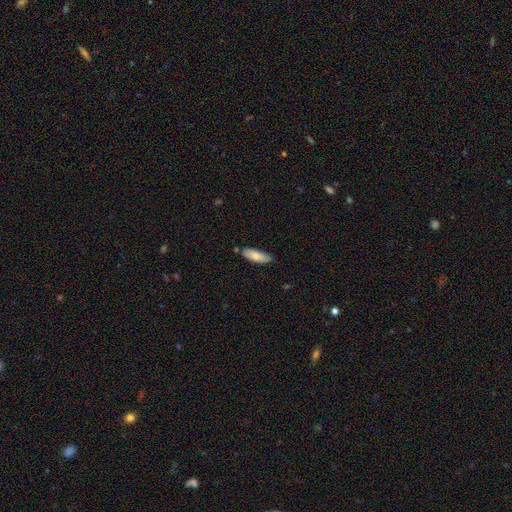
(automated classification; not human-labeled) A smooth galaxy with no disk features (78%) that is in between round and cigar-shaped (59%). Merging: none (77%).